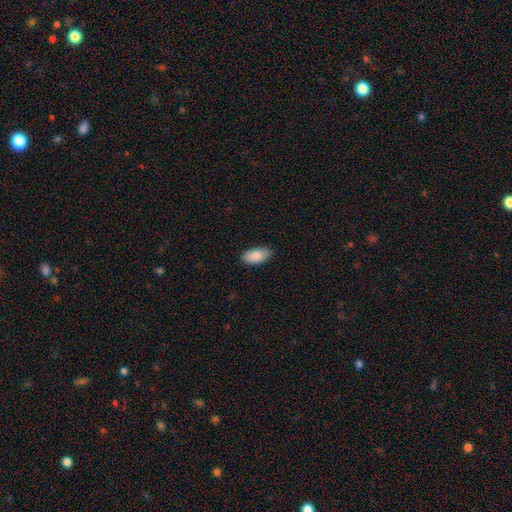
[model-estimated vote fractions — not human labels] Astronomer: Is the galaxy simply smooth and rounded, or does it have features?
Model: smooth — 88%.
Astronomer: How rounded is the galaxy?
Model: in between — 93%.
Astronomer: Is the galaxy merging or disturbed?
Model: none — 82%.